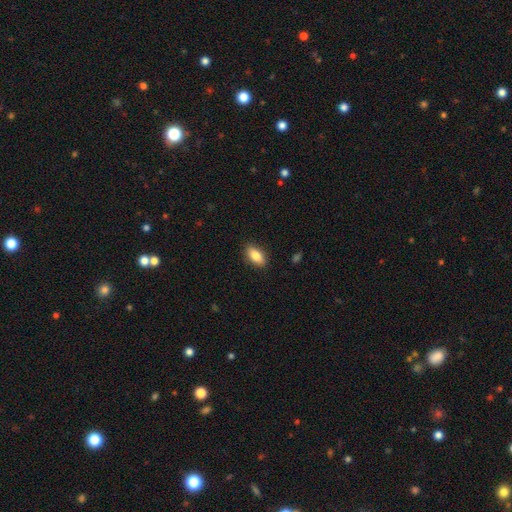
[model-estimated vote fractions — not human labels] smooth 84%, featured or disk 9%, star or artifact 7%. Down the decision tree: how rounded — in between (89%); merging — none (89%).